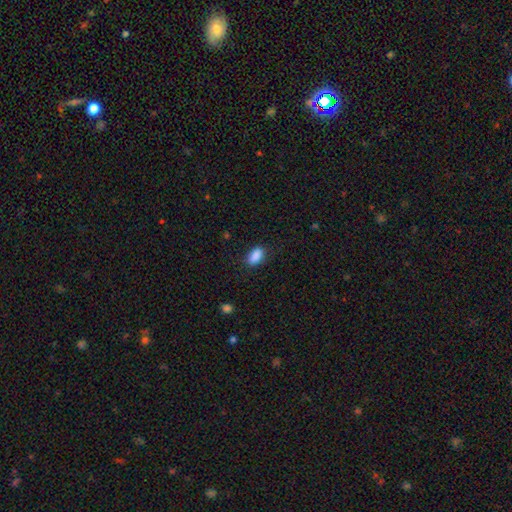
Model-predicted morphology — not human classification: smooth 89%, star or artifact 8%, featured or disk 3%. Down the decision tree: how rounded — in between (90%); merging — none (81%).